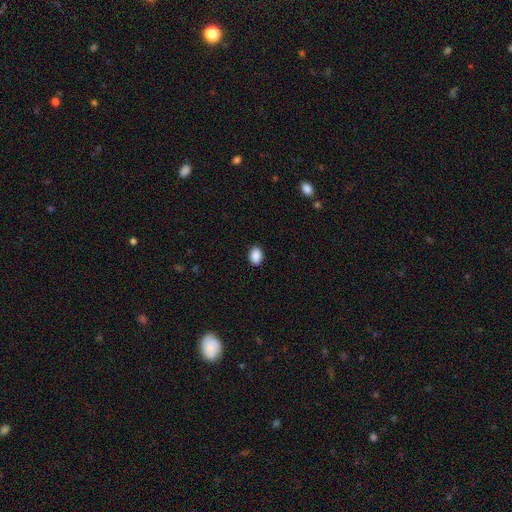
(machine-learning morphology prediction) This is clearly a smooth galaxy (90%). How rounded: likely in between (76%). Merging: clearly none (89%).